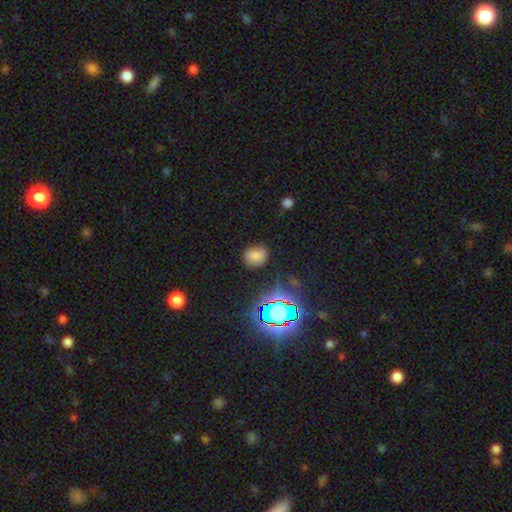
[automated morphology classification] Smooth or featured: smooth — 71% (star or artifact — 19%)
How rounded: round — 53% (in between — 46%)
Merging: none — 79% (minor disturbance — 15%)